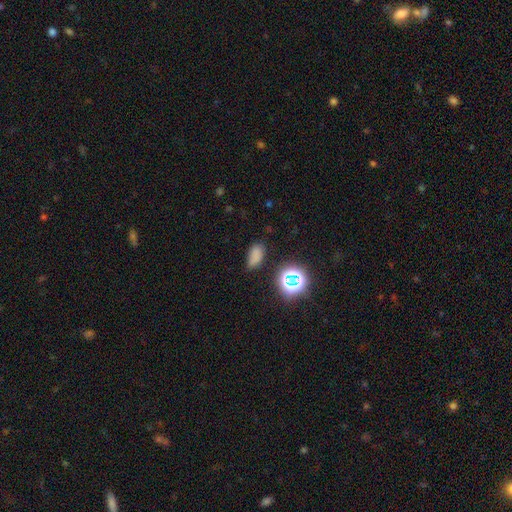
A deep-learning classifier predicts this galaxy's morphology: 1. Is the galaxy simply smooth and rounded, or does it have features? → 69% smooth, 24% star or artifact, 7% featured or disk.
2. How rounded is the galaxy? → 87% in between, 9% round, 4% cigar-shaped.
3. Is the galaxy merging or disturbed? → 63% none, 25% minor disturbance, 8% major disturbance, 4% merger.